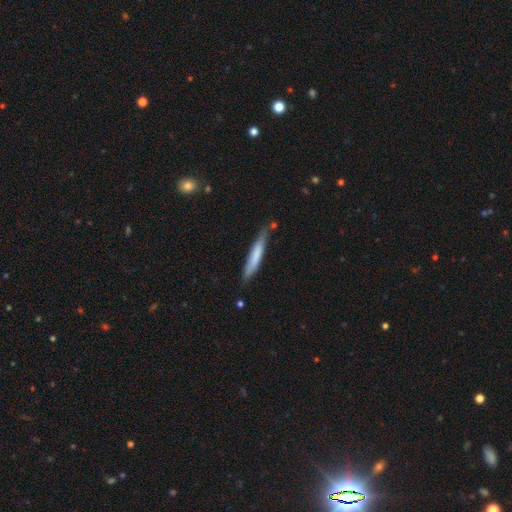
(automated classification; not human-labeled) Morphology: type=smooth (69%); roundness=cigar-shaped (93%); merging=none (74%).